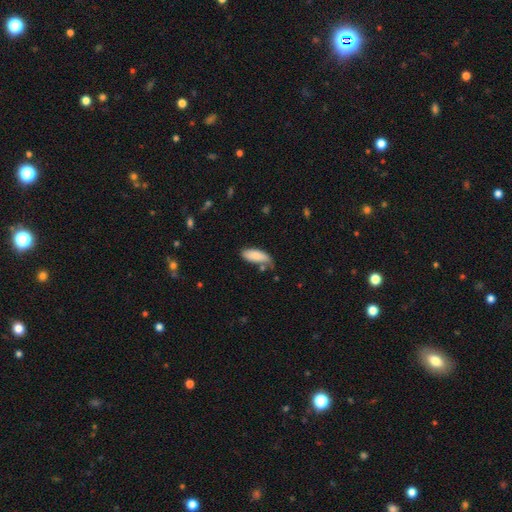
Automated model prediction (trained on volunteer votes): A smooth galaxy with no disk features (84%) that is in between round and cigar-shaped (77%). Merging: none (53%).